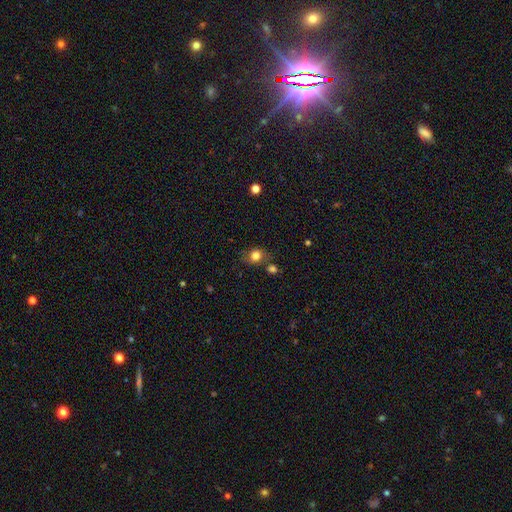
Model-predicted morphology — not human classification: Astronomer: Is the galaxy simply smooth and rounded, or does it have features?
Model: smooth — 79%.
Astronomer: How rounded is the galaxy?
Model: round — 59% (runner-up: in between, 39%).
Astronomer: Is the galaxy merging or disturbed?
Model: none — 65%.